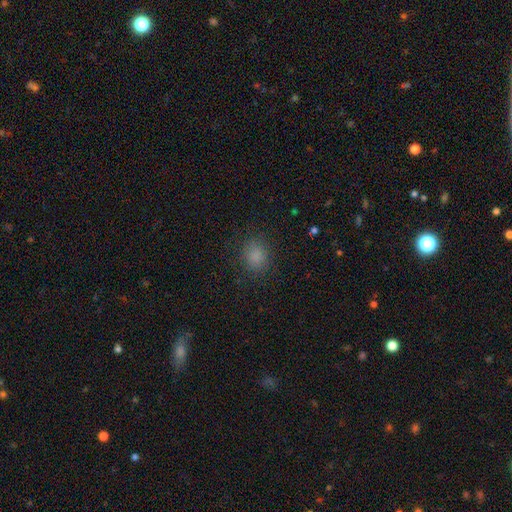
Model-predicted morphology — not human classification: Smooth or featured? Predicted: smooth (p=0.83). How rounded? Predicted: round (p=0.67). Merging? Predicted: none (p=0.85).